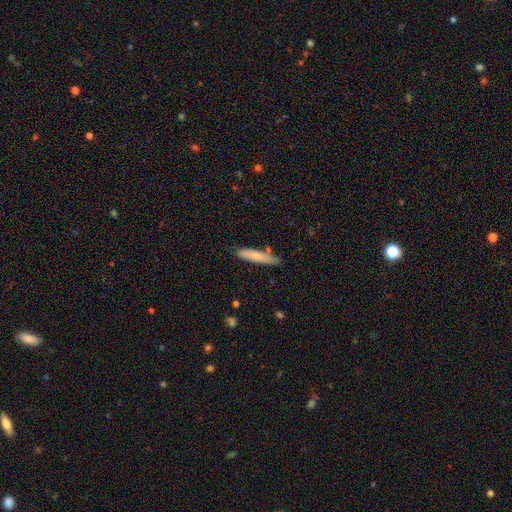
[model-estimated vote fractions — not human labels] Smooth or featured: smooth — 73% (featured or disk — 21%)
How rounded: cigar-shaped — 86% (in between — 12%)
Merging: none — 79% (minor disturbance — 15%)